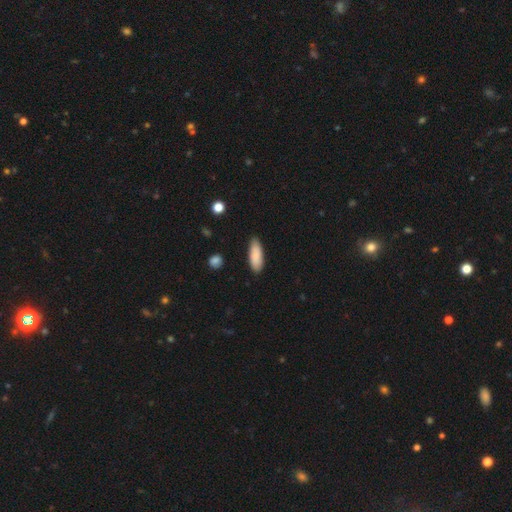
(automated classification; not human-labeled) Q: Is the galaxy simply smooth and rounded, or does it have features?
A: smooth — 87%.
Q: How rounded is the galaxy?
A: in between — 67%.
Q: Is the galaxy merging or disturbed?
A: none — 84%.